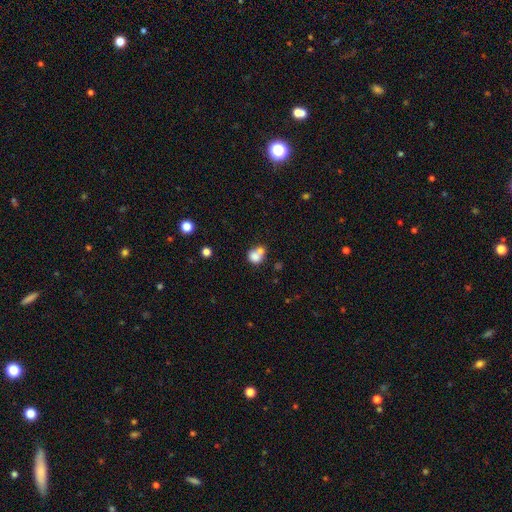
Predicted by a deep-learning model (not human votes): A smooth galaxy with no disk features (76%) that is round (67%).

Vote fractions:
- Smooth or featured? smooth: 76% / featured or disk: 13% / star or artifact: 10%
- How rounded? round: 67% / in between: 32% / cigar-shaped: 1%
- Merging? merger: 53% / none: 32% / minor disturbance: 9% / major disturbance: 5%